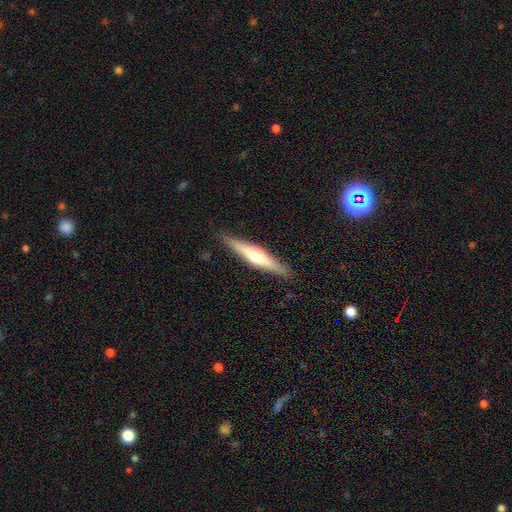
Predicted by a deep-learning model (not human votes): Morphology: type=featured or disk (65%); edge-on=yes (96%); edge-on bulge=rounded (92%); merging=none (89%).